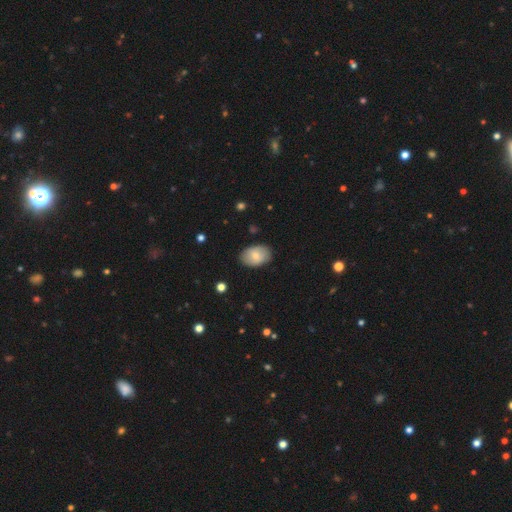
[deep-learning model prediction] Smooth or featured?
  - smooth: 72% *
  - featured or disk: 21%
  - star or artifact: 7%
How rounded?
  - in between: 85% *
  - round: 14%
  - cigar-shaped: 1%
Merging?
  - none: 85% *
  - minor disturbance: 11%
  - major disturbance: 3%
  - merger: 1%